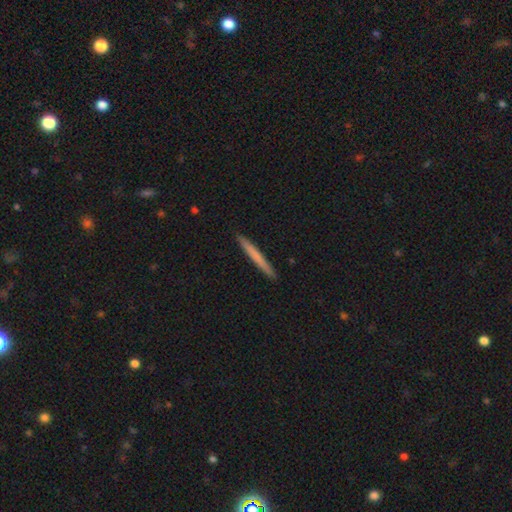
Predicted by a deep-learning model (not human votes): smooth 67%, featured or disk 27%, star or artifact 5%. Down the decision tree: how rounded — cigar-shaped (97%); merging — none (93%).